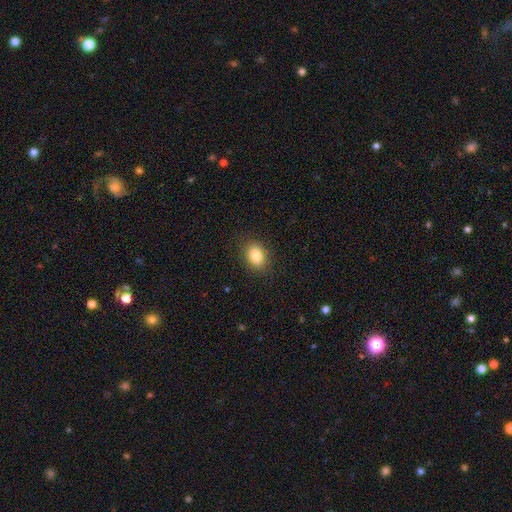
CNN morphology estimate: This is clearly a smooth galaxy (84%). How rounded: likely in between (67%). Merging: clearly none (87%).